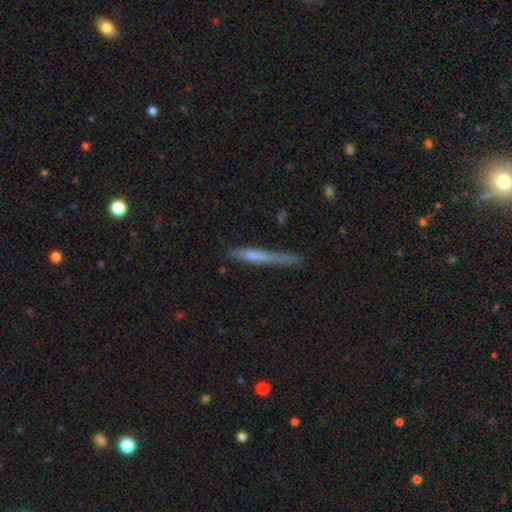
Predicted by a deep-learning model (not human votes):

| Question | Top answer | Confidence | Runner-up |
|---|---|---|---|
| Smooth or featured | smooth | 58% | featured or disk (34%) |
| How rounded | cigar-shaped | 95% | in between (4%) |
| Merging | none | 65% | minor disturbance (24%) |